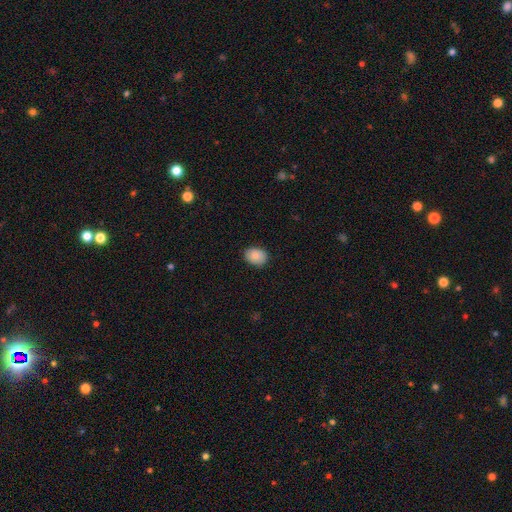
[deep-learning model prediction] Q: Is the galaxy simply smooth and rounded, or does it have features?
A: smooth — 86%.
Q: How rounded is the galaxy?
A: in between — 65%.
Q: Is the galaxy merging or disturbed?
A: none — 86%.